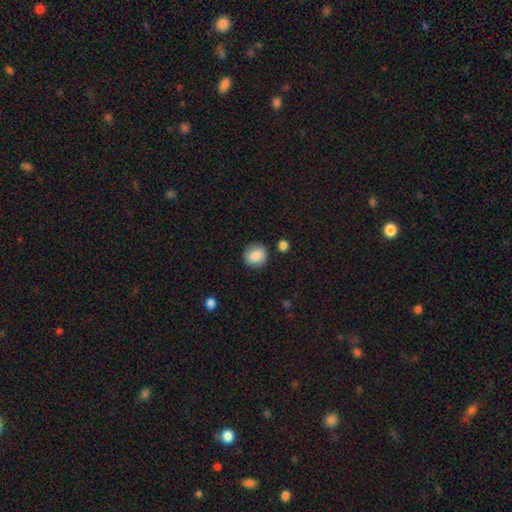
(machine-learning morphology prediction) type=smooth (86%); roundness=round (90%); merging=none (86%).